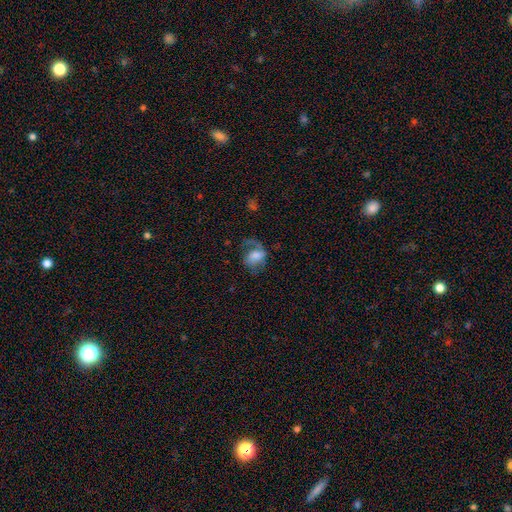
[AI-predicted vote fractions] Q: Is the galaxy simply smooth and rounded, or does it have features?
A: featured or disk — 55%.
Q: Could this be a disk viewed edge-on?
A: no — 97%.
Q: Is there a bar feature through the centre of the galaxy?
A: no — 44%.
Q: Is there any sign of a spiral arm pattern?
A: yes — 82%.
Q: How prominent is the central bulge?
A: moderate — 32%.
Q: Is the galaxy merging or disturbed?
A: none — 41%.